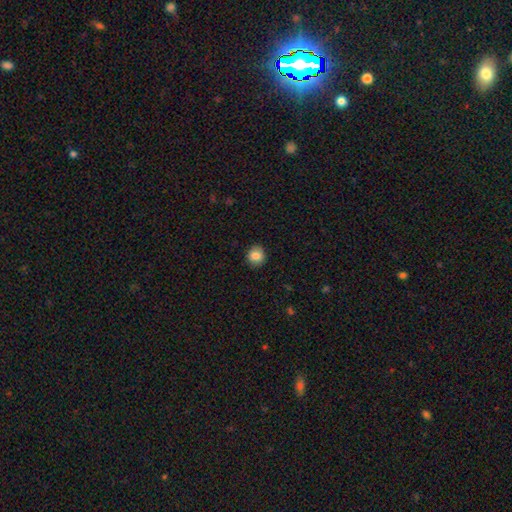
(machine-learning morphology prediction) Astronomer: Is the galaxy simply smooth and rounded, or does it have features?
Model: smooth — 85%.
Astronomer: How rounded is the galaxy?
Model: round — 85%.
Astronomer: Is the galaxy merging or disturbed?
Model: none — 89%.